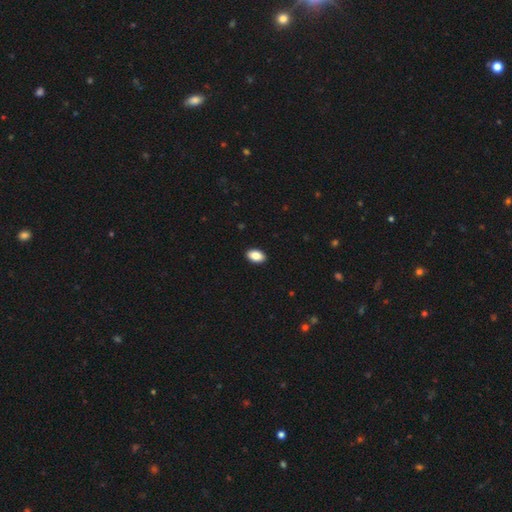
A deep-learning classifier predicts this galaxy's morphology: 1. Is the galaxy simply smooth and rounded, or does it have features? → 87% smooth, 7% star or artifact, 6% featured or disk.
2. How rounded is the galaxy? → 91% in between, 7% round, 1% cigar-shaped.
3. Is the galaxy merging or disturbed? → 91% none, 6% minor disturbance, 1% major disturbance, 1% merger.